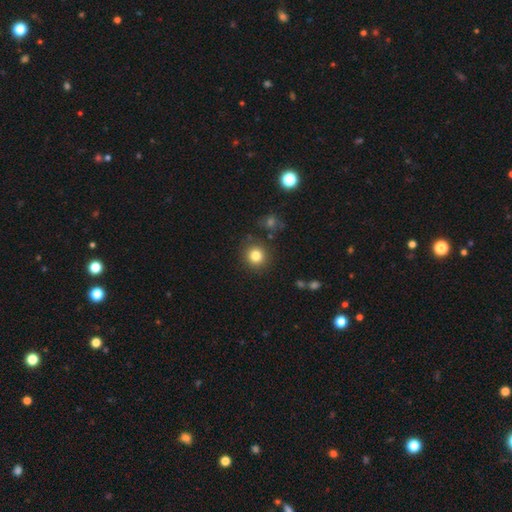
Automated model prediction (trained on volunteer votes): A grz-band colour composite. It shows a smooth galaxy with no disk features (82%) that is round (92%). Merging: none (87%).